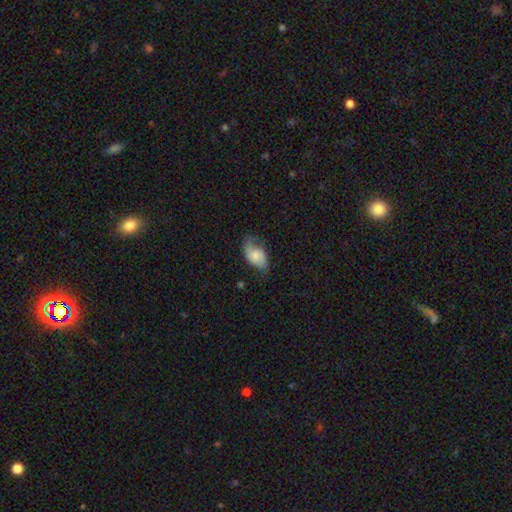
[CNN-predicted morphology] A smooth galaxy with no disk features (51%) that is in between round and cigar-shaped (91%). Merging: none (49%).